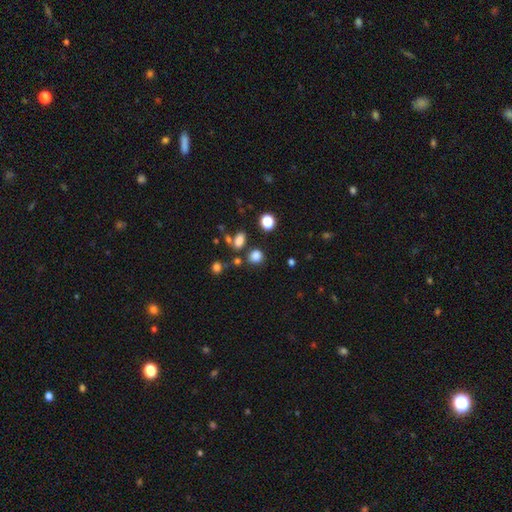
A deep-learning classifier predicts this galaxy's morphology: Smooth or featured? smooth (80%)
How rounded? round (71%)
Merging? none (76%)